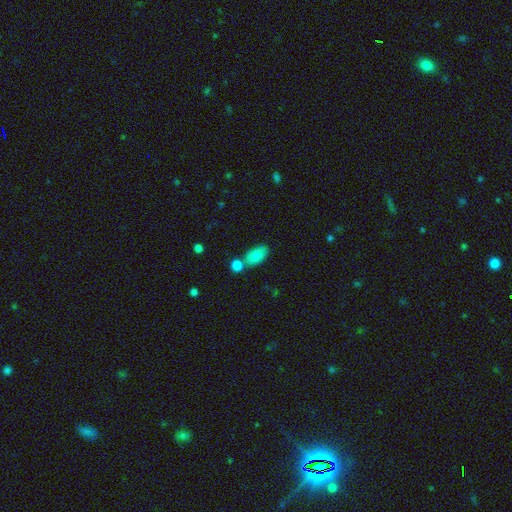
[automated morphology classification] smooth-or-featured: smooth: 85% | featured or disk: 8% | star or artifact: 7%
  how-rounded: in between: 92% | round: 5% | cigar-shaped: 3%
  merging: none: 58% | merger: 24% | minor disturbance: 13% | major disturbance: 4%